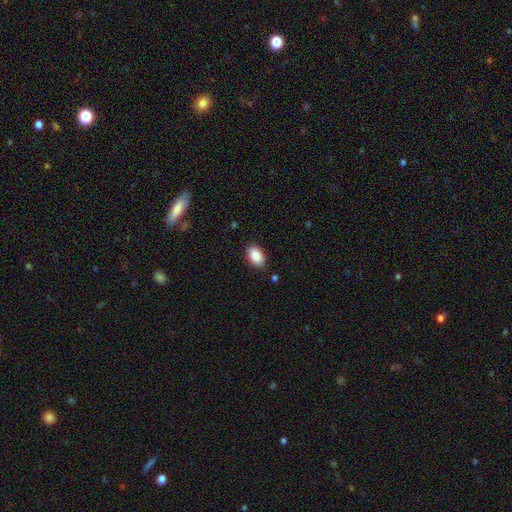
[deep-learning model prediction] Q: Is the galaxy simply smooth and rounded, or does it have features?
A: smooth — 88%.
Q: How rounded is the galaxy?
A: in between — 93%.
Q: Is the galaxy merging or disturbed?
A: none — 87%.